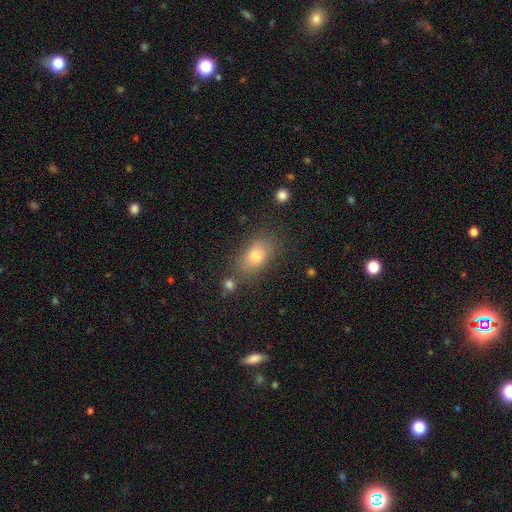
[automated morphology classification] smooth_or_featured: smooth (p=0.78) [alt: star or artifact p=0.11]
how_rounded: in between (p=0.82) [alt: round p=0.14]
merging: none (p=0.74) [alt: minor disturbance p=0.14]